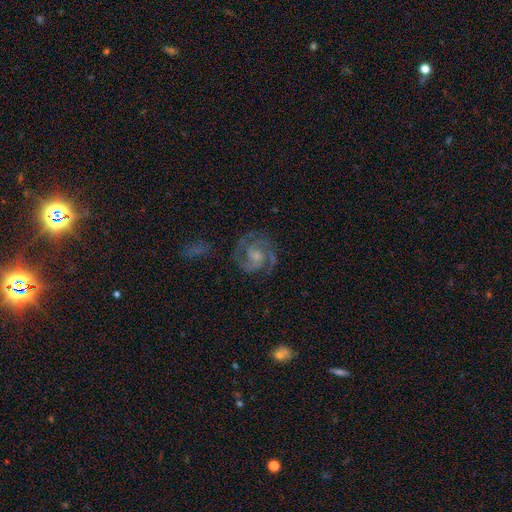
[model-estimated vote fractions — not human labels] smooth-or-featured: featured or disk: 89% | star or artifact: 6% | smooth: 6%
  disk-edge-on: no: 98% | yes: 2%
    bar: no: 63% | weak: 31% | strong: 7%
    has-spiral-arms: yes: 98% | no: 2%
      spiral-winding: tight: 49% | medium: 44% | loose: 7%
      spiral-arm-count: 2: 67% | 3: 19% | can't tell: 5% | 4: 3% | 1: 3% | more than 4: 2%
    bulge-size: small: 51% | moderate: 35% | none: 9% | large: 3% | dominant: 1%
  merging: none: 76% | minor disturbance: 15% | major disturbance: 7% | merger: 2%